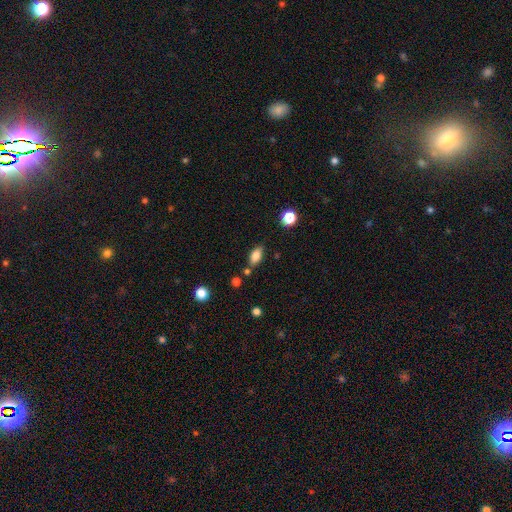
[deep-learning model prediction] smooth-or-featured: smooth: 81% | featured or disk: 10% | star or artifact: 9%
  how-rounded: in between: 87% | cigar-shaped: 8% | round: 5%
  merging: none: 77% | minor disturbance: 14% | merger: 6% | major disturbance: 3%